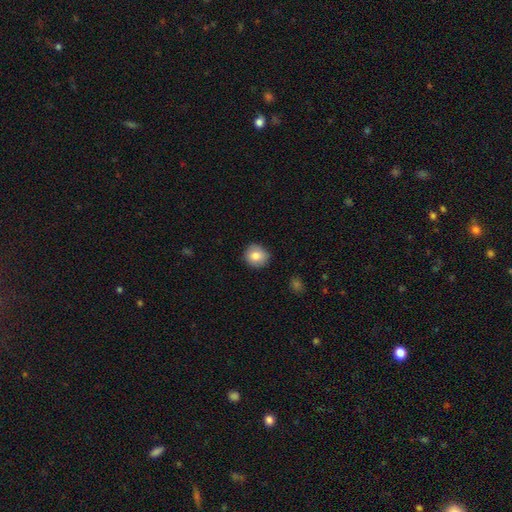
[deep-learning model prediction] Overall: smooth (82%). How rounded: round (86%). Merging: none (86%).